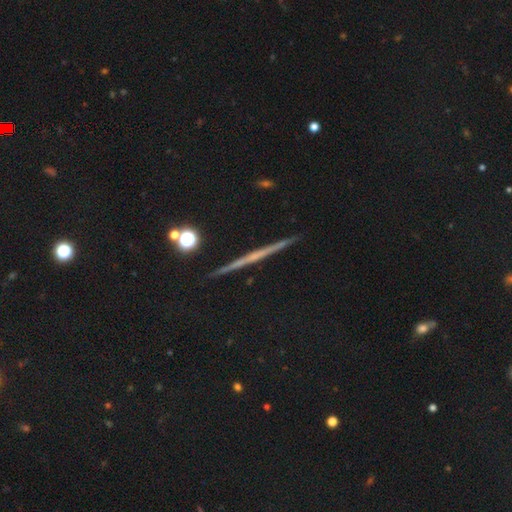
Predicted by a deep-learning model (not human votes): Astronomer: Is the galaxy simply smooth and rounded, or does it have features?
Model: featured or disk — 63%.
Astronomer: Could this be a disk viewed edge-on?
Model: yes — 97%.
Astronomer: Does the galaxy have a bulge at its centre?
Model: none — 68%.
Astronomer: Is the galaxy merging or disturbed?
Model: none — 91%.